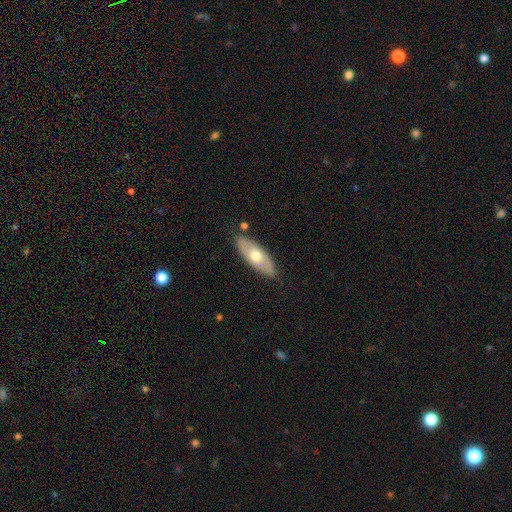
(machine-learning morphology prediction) Smooth or featured? smooth (53%)
How rounded? in between (74%)
Merging? none (84%)